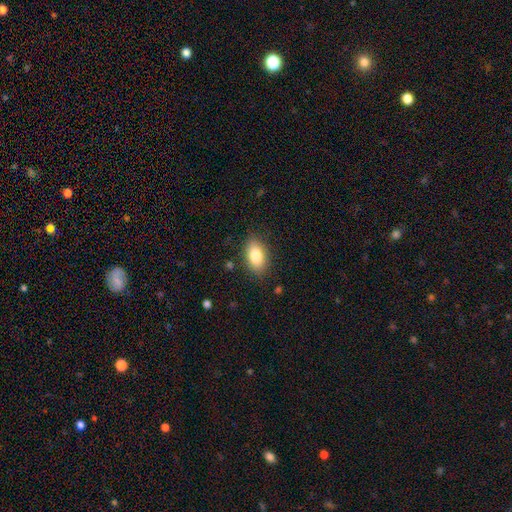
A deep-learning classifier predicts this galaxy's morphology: smooth-or-featured: smooth: 83% | featured or disk: 10% | star or artifact: 7%
  how-rounded: in between: 90% | round: 7% | cigar-shaped: 3%
  merging: none: 84% | minor disturbance: 11% | major disturbance: 3% | merger: 1%